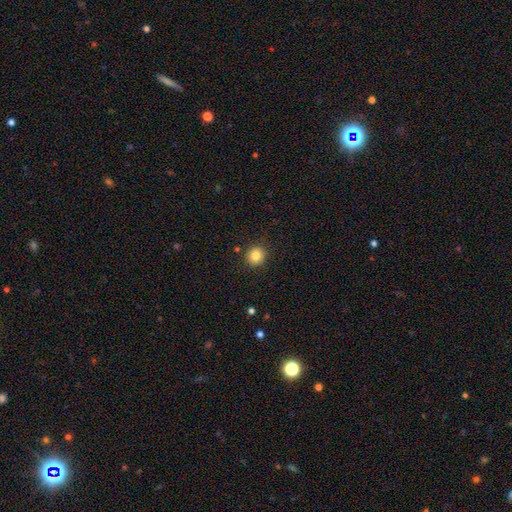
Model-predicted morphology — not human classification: The model was most divided on "smooth or featured": smooth: 82%, star or artifact: 11%, featured or disk: 7%. More confident: how rounded — round (91%); merging — none (91%).